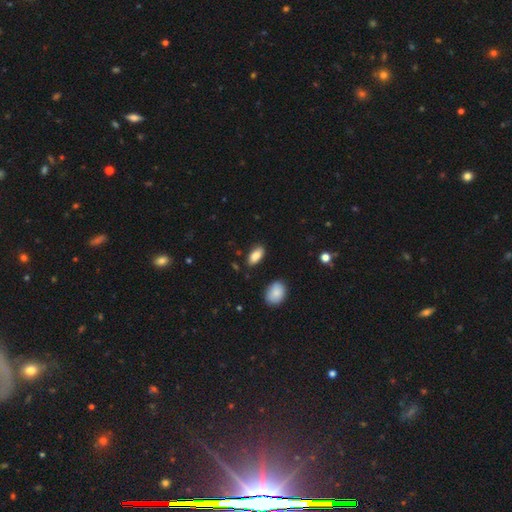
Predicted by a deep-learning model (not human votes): This appears to be a smooth galaxy with no disk features (86%) that is in between round and cigar-shaped (89%). Merging: none (85%).